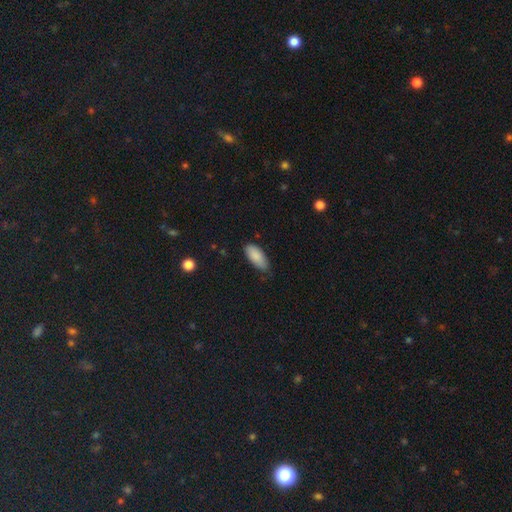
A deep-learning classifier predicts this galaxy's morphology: Smooth or featured: smooth — 87% (featured or disk — 7%)
How rounded: in between — 88% (cigar-shaped — 10%)
Merging: none — 67% (minor disturbance — 28%)